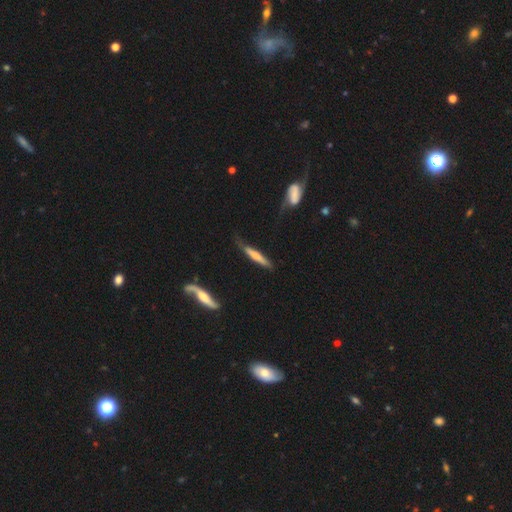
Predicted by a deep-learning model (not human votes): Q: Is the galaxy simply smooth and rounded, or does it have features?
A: smooth — 55%.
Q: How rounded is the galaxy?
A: cigar-shaped — 91%.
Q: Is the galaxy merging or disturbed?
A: none — 55%.